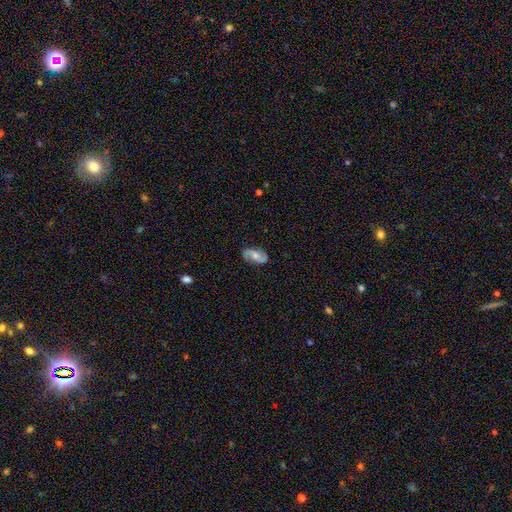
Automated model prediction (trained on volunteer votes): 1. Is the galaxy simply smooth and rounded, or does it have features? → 68% featured or disk, 26% smooth, 6% star or artifact.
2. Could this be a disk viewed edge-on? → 96% no, 4% yes.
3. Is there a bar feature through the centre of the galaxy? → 48% no, 40% weak, 12% strong.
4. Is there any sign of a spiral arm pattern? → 92% yes, 8% no.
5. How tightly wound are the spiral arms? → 42% medium, 38% loose, 20% tight.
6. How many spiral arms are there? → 90% 2, 4% can't tell, 3% 1, 1% 3, 1% 4, 1% more than 4.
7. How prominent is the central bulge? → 58% moderate, 24% small, 10% large, 7% none, 2% dominant.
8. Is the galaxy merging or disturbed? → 82% none, 13% minor disturbance, 3% major disturbance, 1% merger.